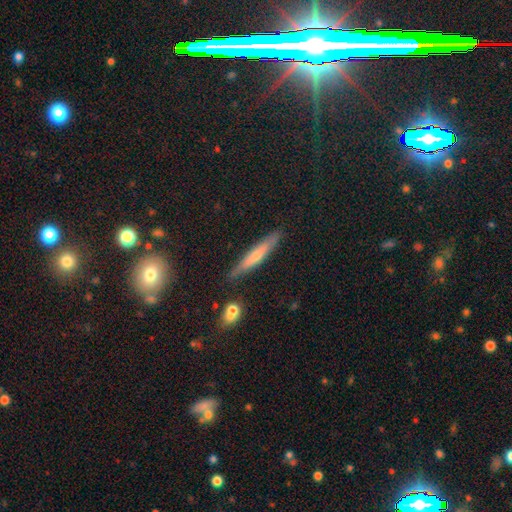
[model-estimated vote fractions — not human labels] This appears to be a smooth galaxy with no disk features (46%). Merging: none (86%).